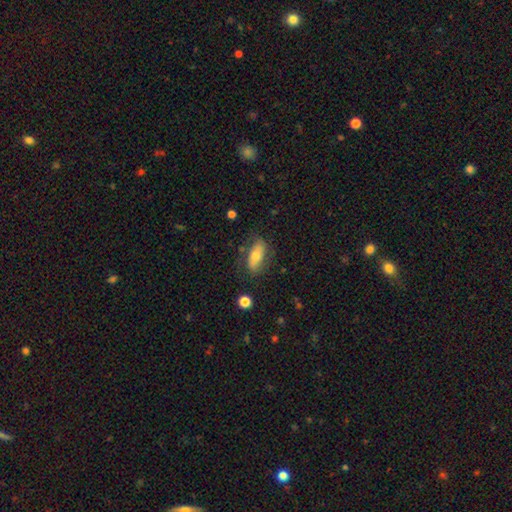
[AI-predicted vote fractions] Smooth or featured: smooth — 63% (featured or disk — 30%)
How rounded: in between — 78% (cigar-shaped — 19%)
Merging: none — 74% (minor disturbance — 18%)